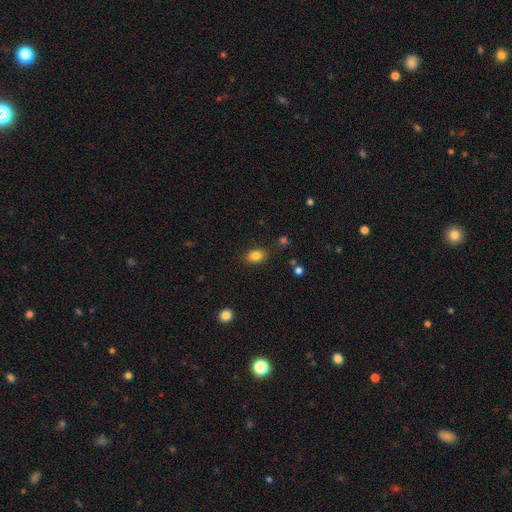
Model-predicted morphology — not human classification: This appears to be a smooth galaxy with no disk features (84%) that is in between round and cigar-shaped (71%). Merging: none (83%).